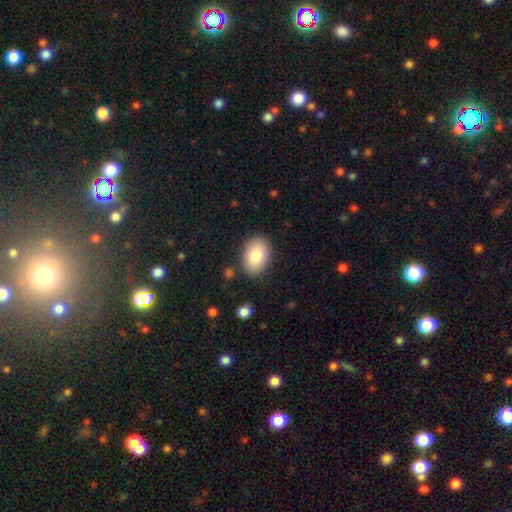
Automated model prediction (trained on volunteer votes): Smooth or featured? Predicted: smooth (p=0.83). How rounded? Predicted: in between (p=0.86). Merging? Predicted: none (p=0.85).